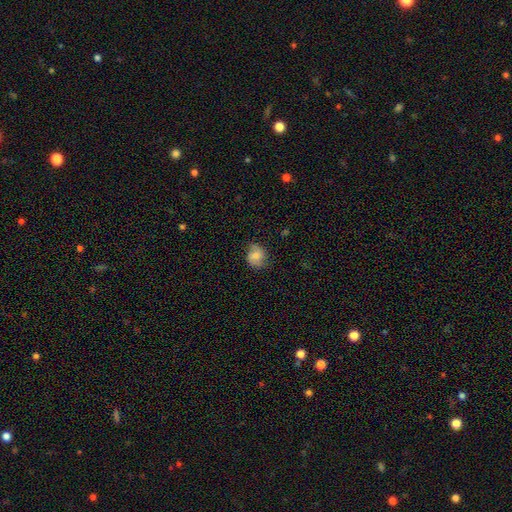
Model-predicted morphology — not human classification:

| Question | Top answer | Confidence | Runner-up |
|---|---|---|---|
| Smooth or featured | smooth | 55% | featured or disk (36%) |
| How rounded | round | 62% | in between (37%) |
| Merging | none | 67% | minor disturbance (24%) |